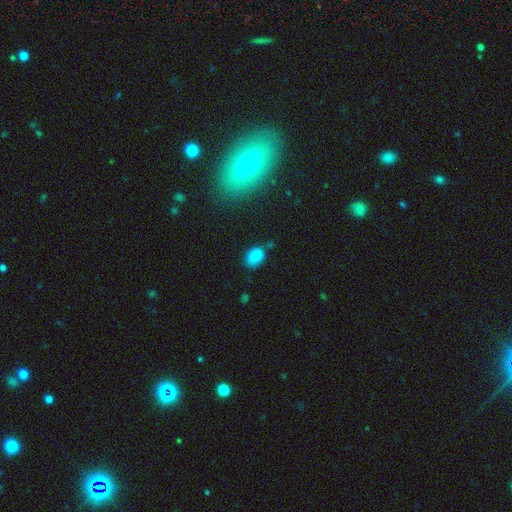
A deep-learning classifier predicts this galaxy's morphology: This appears to be a smooth galaxy with no disk features (84%) that is in between round and cigar-shaped (73%). Merging: none (62%).